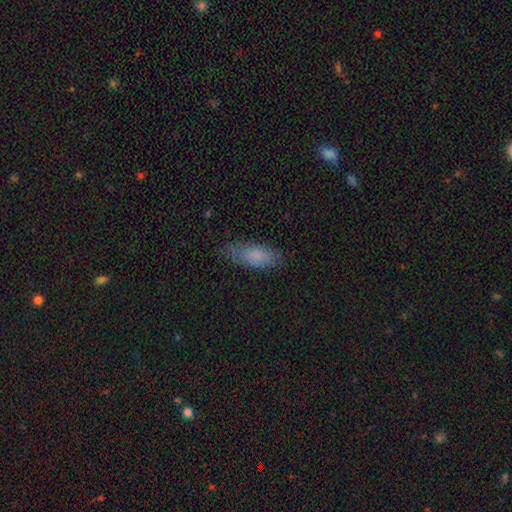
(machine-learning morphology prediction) The model was most divided on "how rounded": in between: 75%, cigar-shaped: 23%, round: 2%. More confident: smooth or featured — smooth (80%); merging — none (75%).